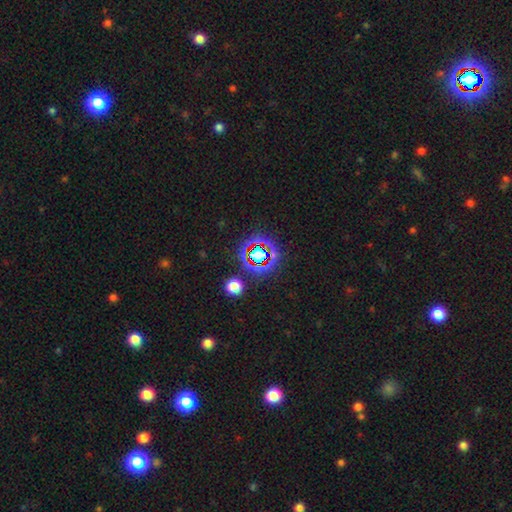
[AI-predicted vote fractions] Overall: star or artifact (70%).